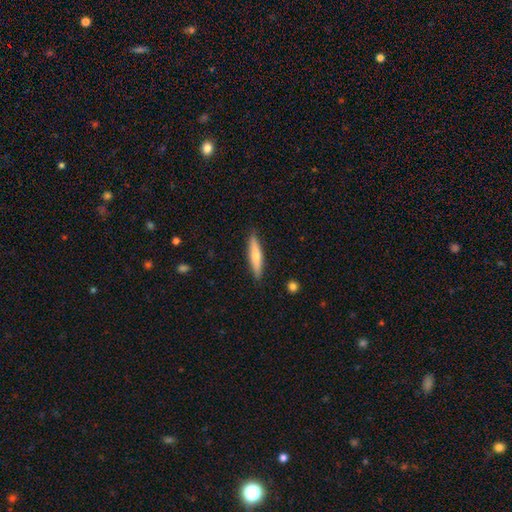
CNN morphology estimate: Overall: smooth (59%; featured or disk 36%). How rounded: cigar-shaped (86%). Merging: none (89%).